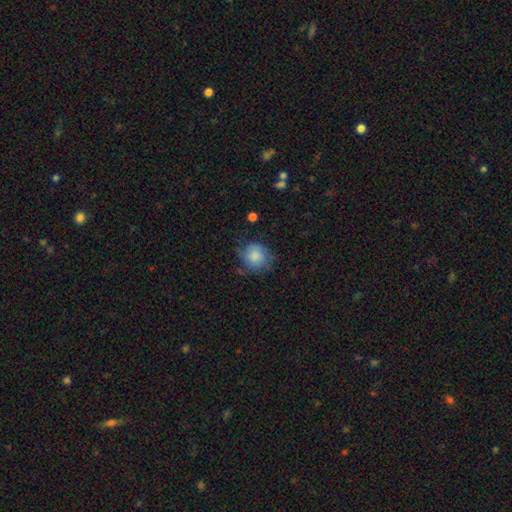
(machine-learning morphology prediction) type=smooth (80%); roundness=round (82%); merging=none (62%).